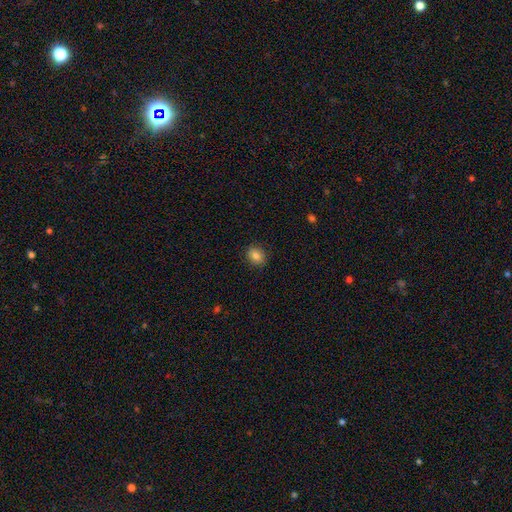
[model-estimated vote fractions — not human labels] Smooth or featured?
  - smooth: 82% *
  - star or artifact: 10%
  - featured or disk: 8%
How rounded?
  - round: 66% *
  - in between: 33%
  - cigar-shaped: 1%
Merging?
  - none: 89% *
  - minor disturbance: 8%
  - major disturbance: 2%
  - merger: 1%